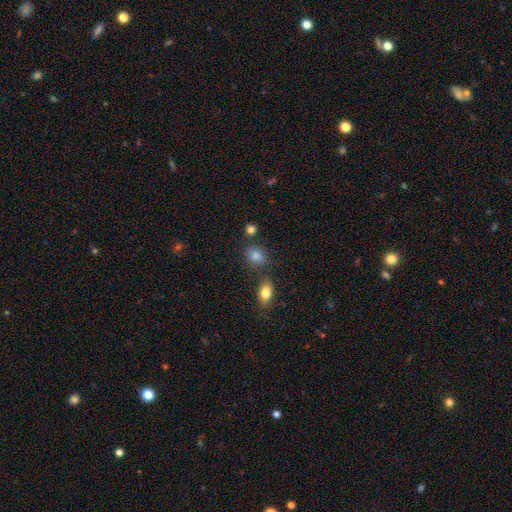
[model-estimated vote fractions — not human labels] smooth_or_featured: smooth (p=0.82) [alt: star or artifact p=0.11]
how_rounded: round (p=0.50) [alt: in between p=0.48]
merging: none (p=0.72) [alt: minor disturbance p=0.13]